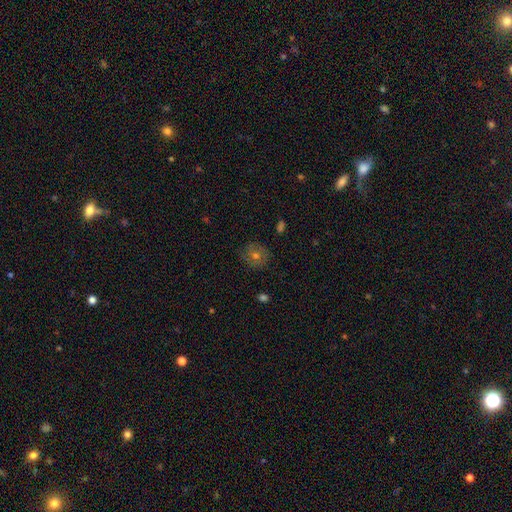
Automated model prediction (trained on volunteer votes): smooth 50%, featured or disk 32%, star or artifact 18%. Down the decision tree: how rounded — round (88%); merging — none (83%).